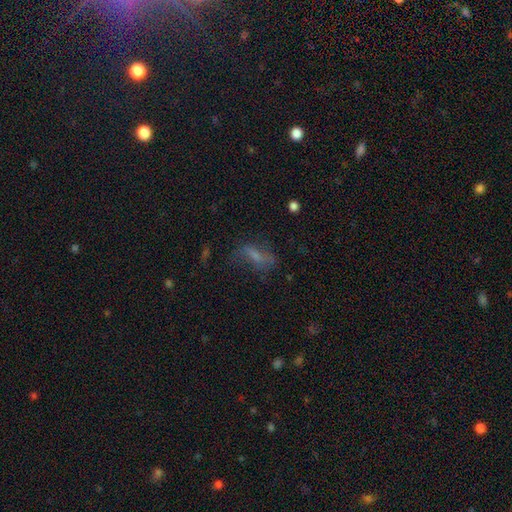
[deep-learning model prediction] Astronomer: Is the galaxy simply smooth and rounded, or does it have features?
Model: smooth — 50% (runner-up: featured or disk, 34%).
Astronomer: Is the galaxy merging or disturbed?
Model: none — 49% (runner-up: major disturbance, 25%).